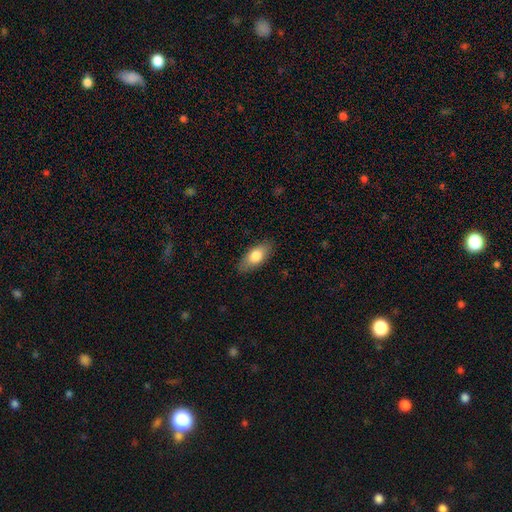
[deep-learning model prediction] smooth-or-featured: smooth: 77% | featured or disk: 17% | star or artifact: 6%
  how-rounded: in between: 86% | cigar-shaped: 11% | round: 3%
  merging: none: 86% | minor disturbance: 11% | major disturbance: 2% | merger: 1%